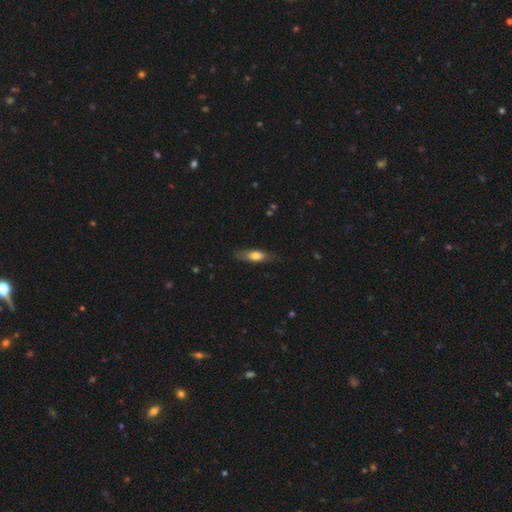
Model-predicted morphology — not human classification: A smooth galaxy with no disk features (66%) that is in between round and cigar-shaped (54%). Merging: none (78%).